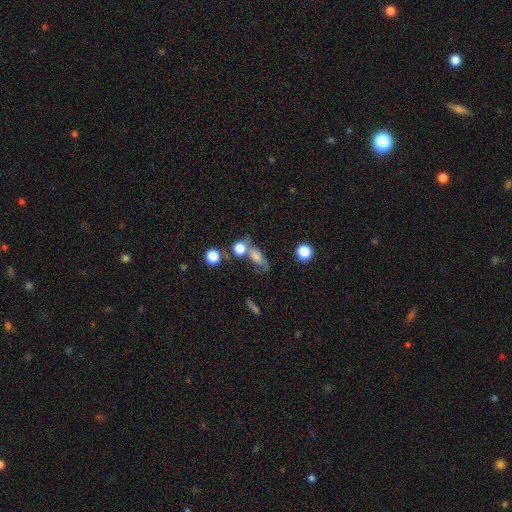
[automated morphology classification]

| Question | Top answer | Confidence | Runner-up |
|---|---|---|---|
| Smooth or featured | smooth | 67% | featured or disk (20%) |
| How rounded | in between | 63% | round (21%) |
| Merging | none | 36% | merger (31%) |